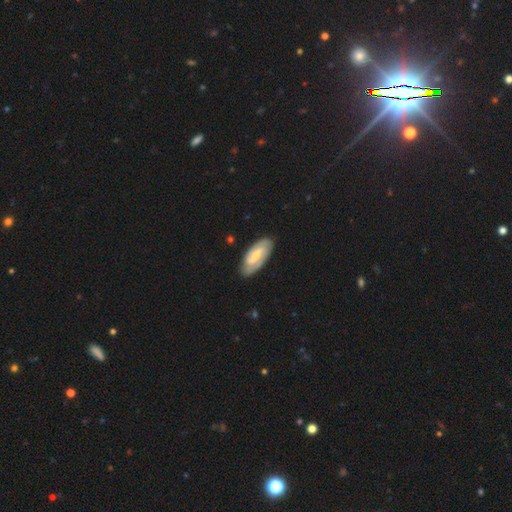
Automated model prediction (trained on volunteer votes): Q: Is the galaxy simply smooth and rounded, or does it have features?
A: featured or disk — 76%.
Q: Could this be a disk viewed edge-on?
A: no — 94%.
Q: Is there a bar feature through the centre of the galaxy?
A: weak — 48%.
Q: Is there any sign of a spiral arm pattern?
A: yes — 92%.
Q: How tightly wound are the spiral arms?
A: tight — 49%.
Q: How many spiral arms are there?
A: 2 — 81%.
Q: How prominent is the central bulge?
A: small — 51%.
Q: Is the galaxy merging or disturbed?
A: none — 84%.